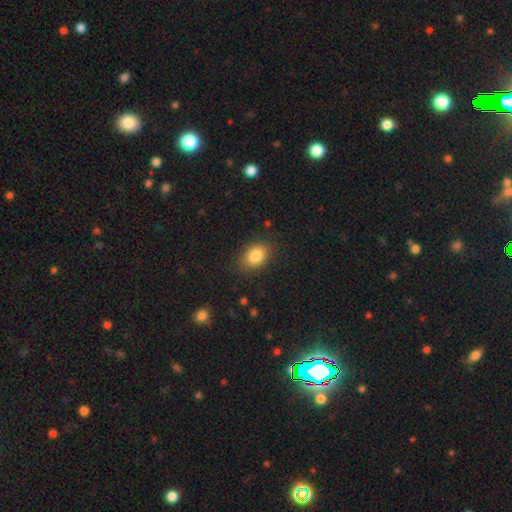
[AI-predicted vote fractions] smooth 84%, star or artifact 8%, featured or disk 7%. Down the decision tree: how rounded — in between (78%); merging — none (84%).